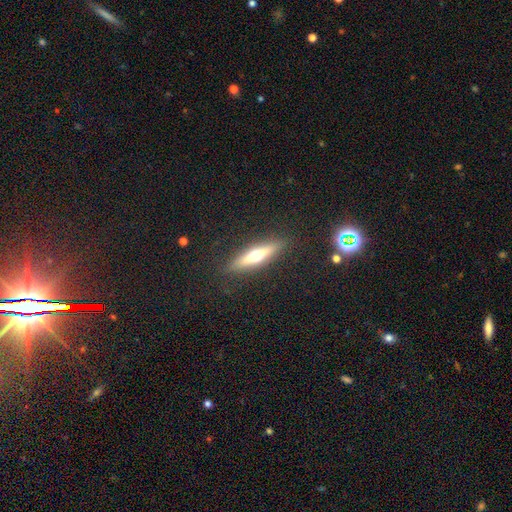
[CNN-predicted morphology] Smooth or featured?
  - featured or disk: 55% *
  - smooth: 38%
  - star or artifact: 7%
Edge-on disk?
  - yes: 93% *
  - no: 7%
Edge-on bulge?
  - rounded: 91% *
  - none: 5%
  - boxy: 4%
Merging?
  - none: 88% *
  - minor disturbance: 8%
  - major disturbance: 3%
  - merger: 1%